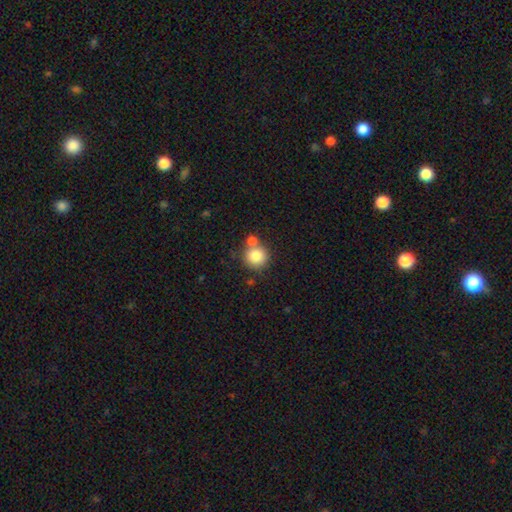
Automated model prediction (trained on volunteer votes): Smooth or featured? Predicted: smooth (p=0.84). How rounded? Predicted: round (p=0.91). Merging? Predicted: none (p=0.62).